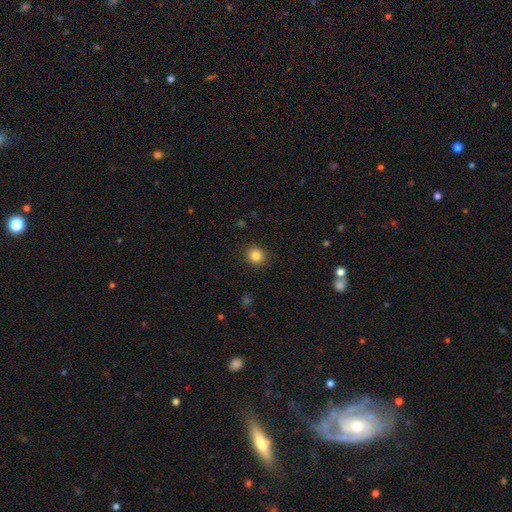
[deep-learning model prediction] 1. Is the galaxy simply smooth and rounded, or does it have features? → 84% smooth, 11% star or artifact, 5% featured or disk.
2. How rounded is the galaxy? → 79% round, 20% in between, 1% cigar-shaped.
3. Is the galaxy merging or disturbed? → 89% none, 8% minor disturbance, 3% major disturbance, 1% merger.